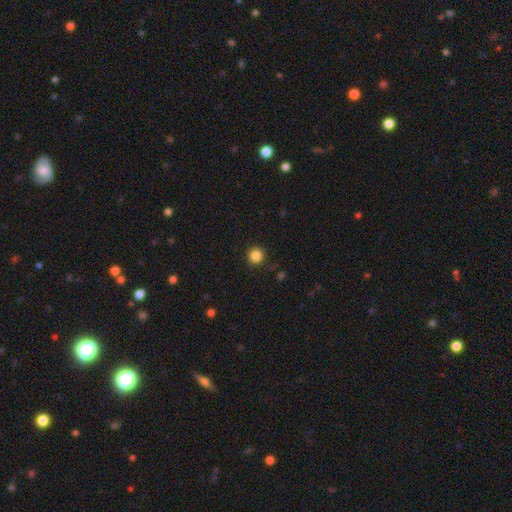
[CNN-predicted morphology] This is clearly a smooth galaxy (85%). How rounded: clearly round (95%). Merging: clearly none (91%).